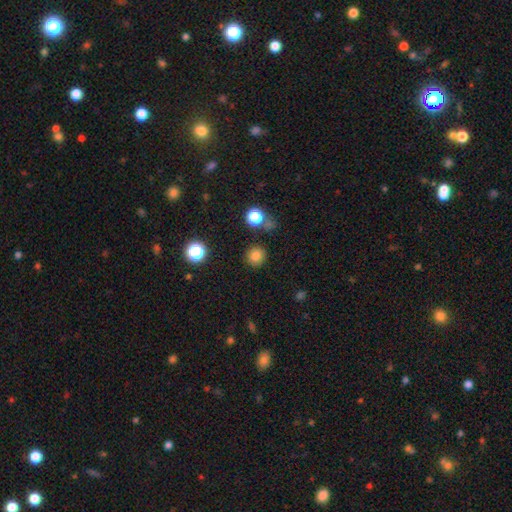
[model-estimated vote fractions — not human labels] Q: Smooth or featured?
A: smooth (80%); runner-up: star or artifact (15%)
Q: How rounded?
A: round (92%); runner-up: in between (7%)
Q: Merging?
A: none (85%); runner-up: minor disturbance (8%)